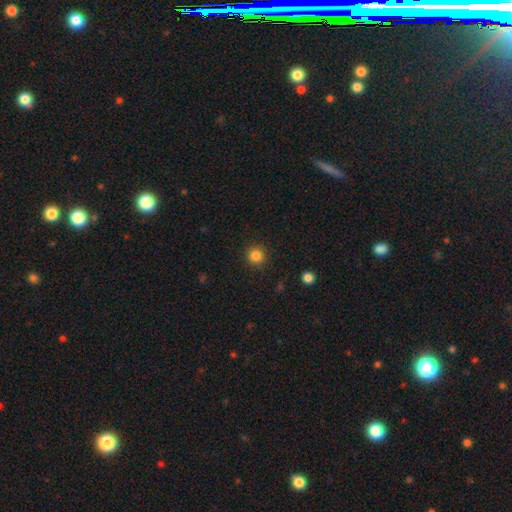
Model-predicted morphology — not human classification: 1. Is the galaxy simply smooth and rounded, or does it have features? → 84% smooth, 12% star or artifact, 4% featured or disk.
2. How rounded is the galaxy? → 95% round, 4% in between, 1% cigar-shaped.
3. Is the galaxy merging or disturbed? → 91% none, 5% minor disturbance, 2% major disturbance, 1% merger.